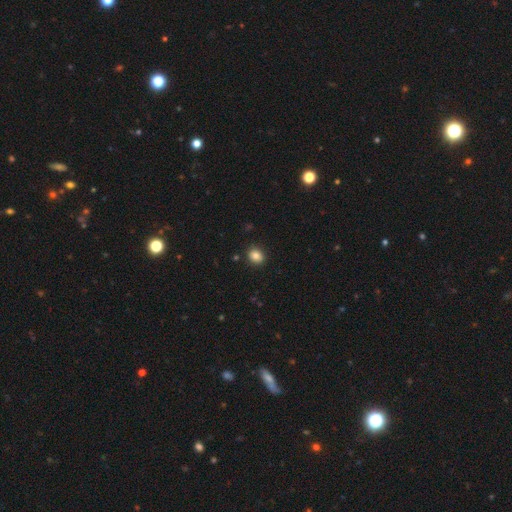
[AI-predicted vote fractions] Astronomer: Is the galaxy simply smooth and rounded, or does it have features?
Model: smooth — 84%.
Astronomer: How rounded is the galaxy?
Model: round — 61% (runner-up: in between, 38%).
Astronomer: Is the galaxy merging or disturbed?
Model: none — 90%.